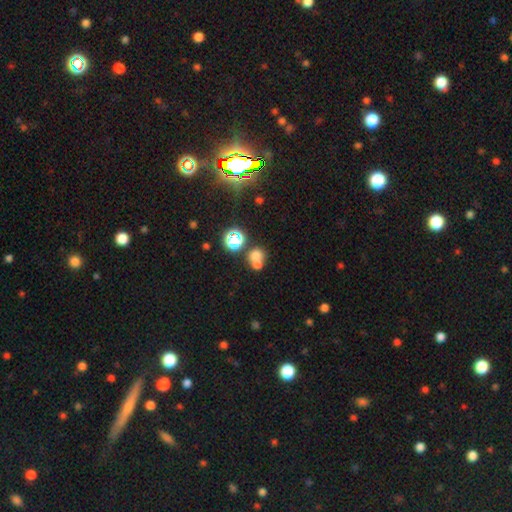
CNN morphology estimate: A smooth galaxy with no disk features (66%) that is round (75%).

Vote fractions:
- Smooth or featured? smooth: 66% / star or artifact: 20% / featured or disk: 14%
- How rounded? round: 75% / in between: 24% / cigar-shaped: 1%
- Merging? merger: 54% / none: 35% / minor disturbance: 7% / major disturbance: 4%